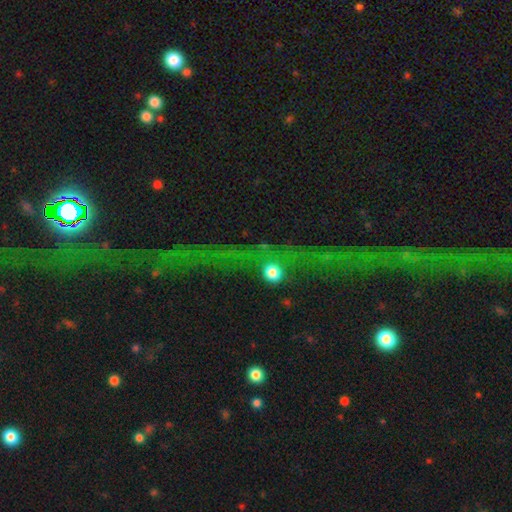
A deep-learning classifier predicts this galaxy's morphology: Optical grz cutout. It shows a star or artifact, not a galaxy (62%).